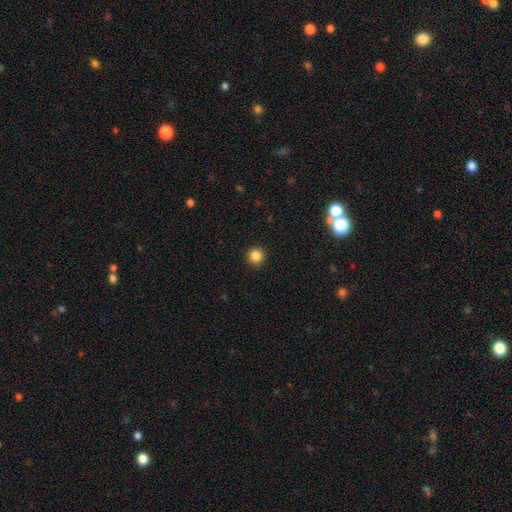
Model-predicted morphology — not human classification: A smooth galaxy with no disk features (85%) that is round (94%). Merging: none (92%).